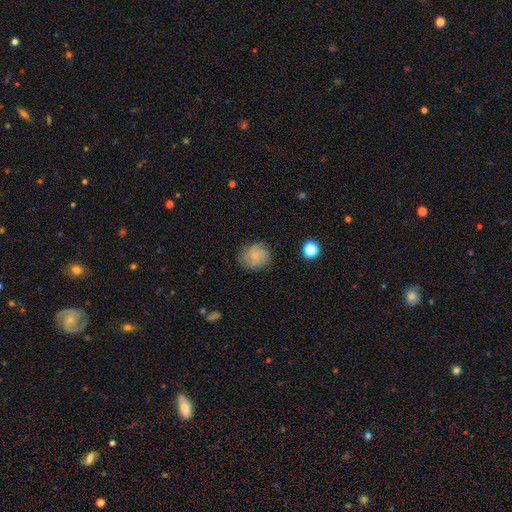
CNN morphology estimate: Overall: smooth (63%; featured or disk 26%). How rounded: round (81%). Merging: none (78%).